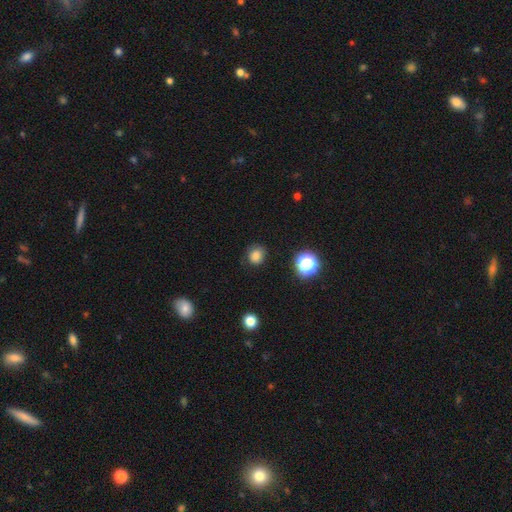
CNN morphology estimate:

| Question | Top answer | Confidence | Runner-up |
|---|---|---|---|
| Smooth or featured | smooth | 80% | star or artifact (14%) |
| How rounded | round | 80% | in between (19%) |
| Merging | none | 79% | minor disturbance (15%) |